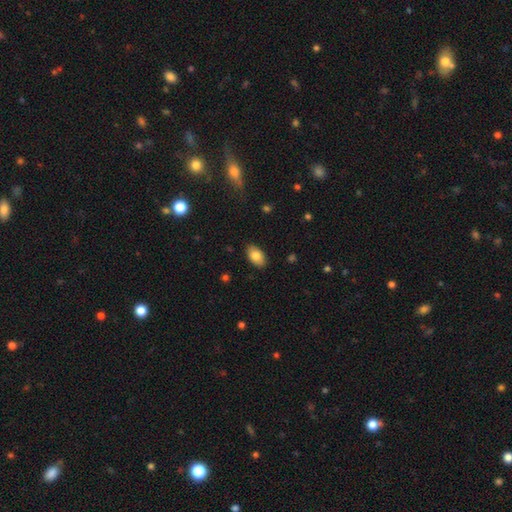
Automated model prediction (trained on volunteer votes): This is clearly a smooth galaxy (82%). How rounded: clearly in between (93%). Merging: clearly none (87%).